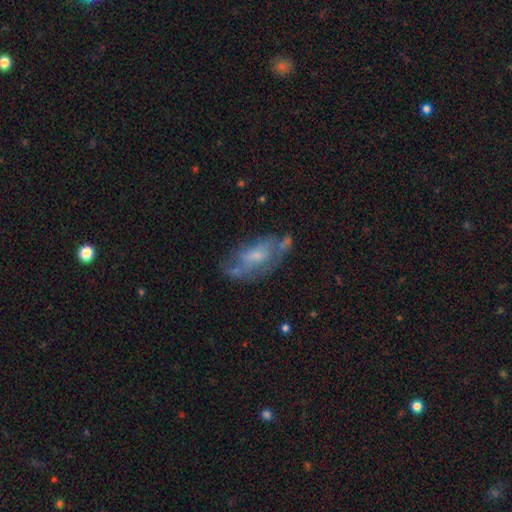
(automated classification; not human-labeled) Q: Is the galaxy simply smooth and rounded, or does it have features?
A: featured or disk — 59%.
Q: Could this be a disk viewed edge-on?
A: no — 91%.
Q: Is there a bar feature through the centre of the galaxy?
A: no — 66%.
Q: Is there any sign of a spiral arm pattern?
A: yes — 55%.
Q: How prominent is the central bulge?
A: small — 52%.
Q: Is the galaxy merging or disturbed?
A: none — 48%.